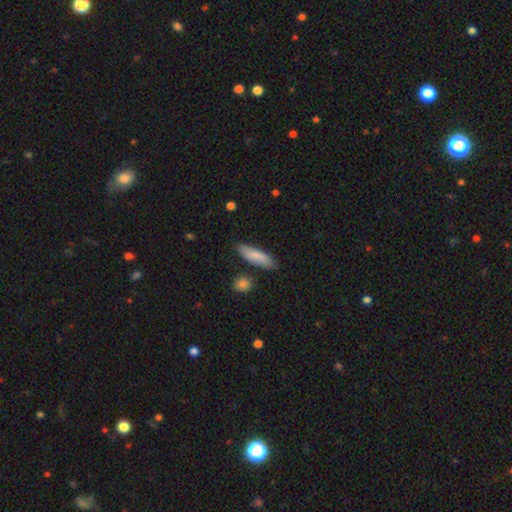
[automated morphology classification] A smooth galaxy with no disk features (80%) that is cigar-shaped (54%).

Vote fractions:
- Smooth or featured? smooth: 80% / featured or disk: 14% / star or artifact: 6%
- How rounded? cigar-shaped: 54% / in between: 44% / round: 2%
- Merging? none: 82% / minor disturbance: 12% / merger: 3% / major disturbance: 2%